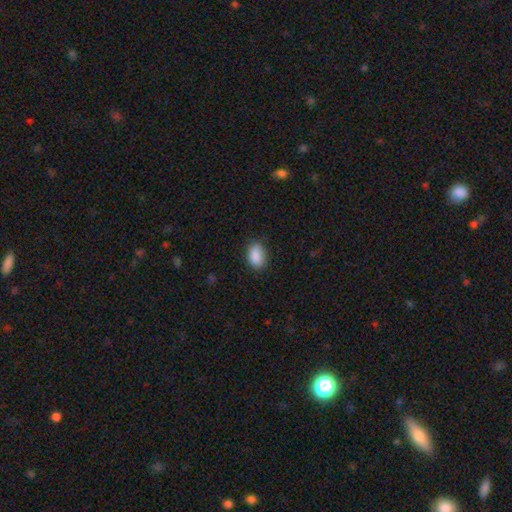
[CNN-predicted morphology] The model was most divided on "merging": none: 83%, minor disturbance: 13%, major disturbance: 3%, merger: 1%. More confident: smooth or featured — smooth (89%); how rounded — in between (88%).